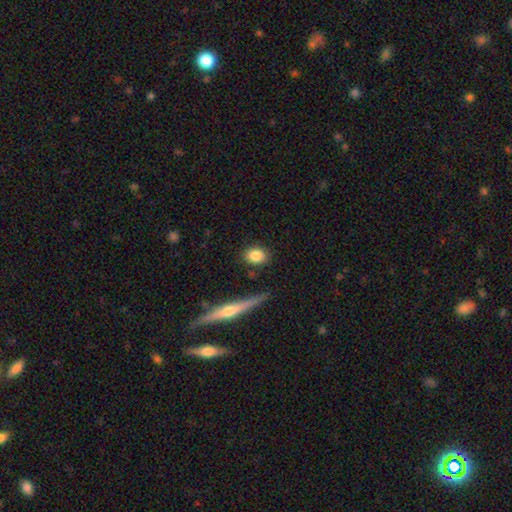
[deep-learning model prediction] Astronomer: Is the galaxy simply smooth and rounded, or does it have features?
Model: smooth — 84%.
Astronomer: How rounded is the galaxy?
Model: in between — 55% (runner-up: round, 41%).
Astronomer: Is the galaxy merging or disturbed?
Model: none — 84%.